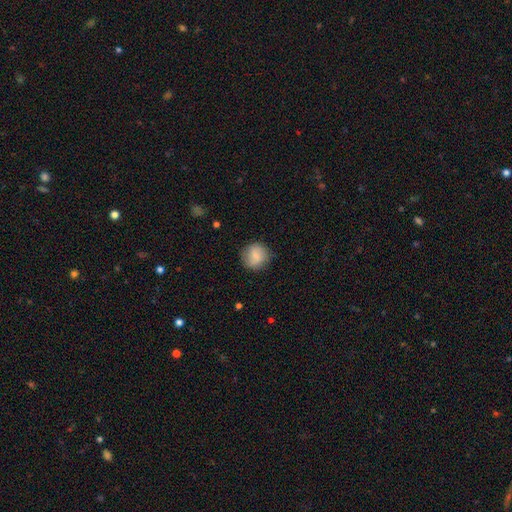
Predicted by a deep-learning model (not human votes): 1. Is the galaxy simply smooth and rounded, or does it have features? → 77% smooth, 16% featured or disk, 7% star or artifact.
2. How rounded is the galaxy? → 90% round, 9% in between, 1% cigar-shaped.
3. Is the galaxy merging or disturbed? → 82% none, 13% minor disturbance, 3% major disturbance, 1% merger.